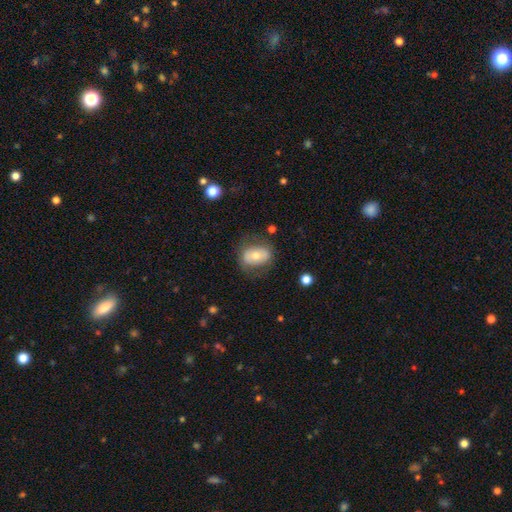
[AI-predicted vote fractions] Smooth or featured? Predicted: smooth (p=0.60). How rounded? Predicted: in between (p=0.78). Merging? Predicted: none (p=0.69).